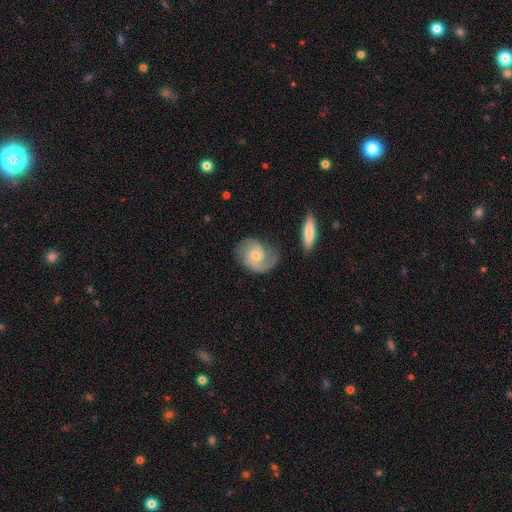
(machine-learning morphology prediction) A featured or disk galaxy (78%) with no bar (69%), 2 (66%) medium (44%) spiral arms (95%) and a small central bulge (58%). Merging: none (68%).